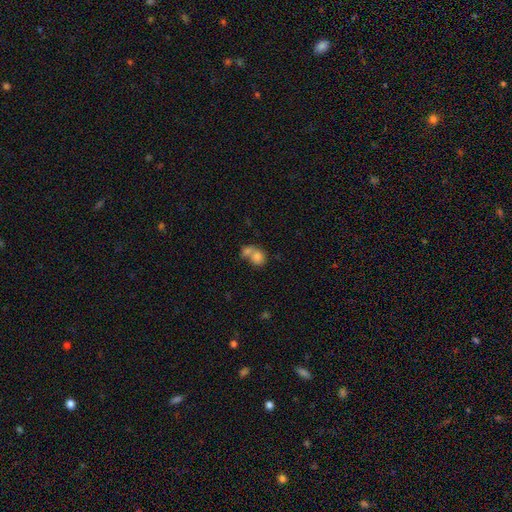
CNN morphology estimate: type=smooth (78%); roundness=round (65%); merging=merger (66%).